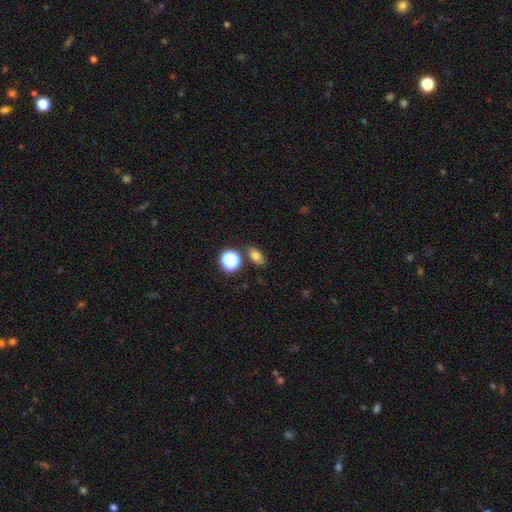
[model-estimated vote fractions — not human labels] Smooth or featured? smooth (74%)
How rounded? in between (78%)
Merging? none (79%)